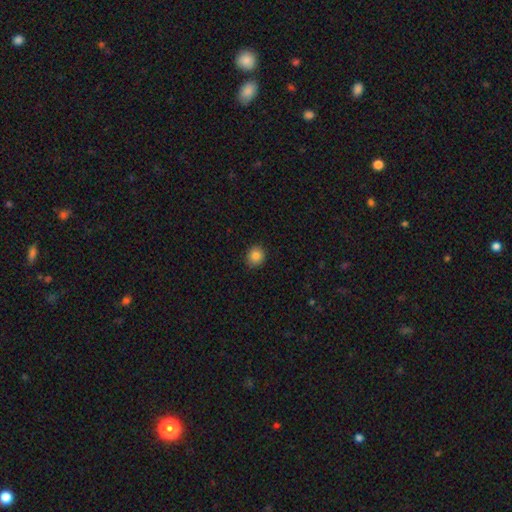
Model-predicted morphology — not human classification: Smooth or featured?
  - smooth: 85% *
  - star or artifact: 10%
  - featured or disk: 5%
How rounded?
  - round: 80% *
  - in between: 19%
  - cigar-shaped: 1%
Merging?
  - none: 89% *
  - minor disturbance: 8%
  - major disturbance: 2%
  - merger: 1%